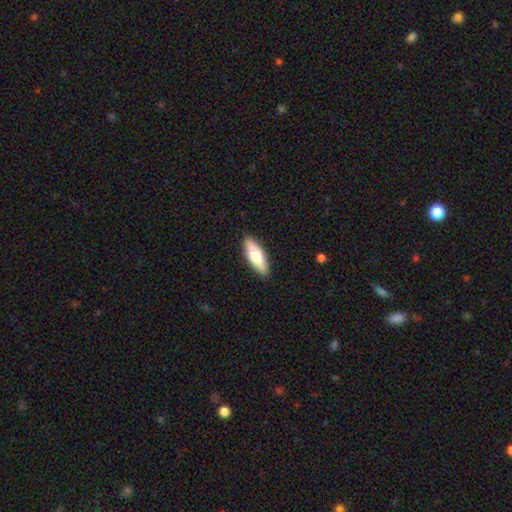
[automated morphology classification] Smooth or featured?
  - smooth: 70% *
  - featured or disk: 24%
  - star or artifact: 5%
How rounded?
  - in between: 59% *
  - cigar-shaped: 39%
  - round: 2%
Merging?
  - none: 90% *
  - minor disturbance: 8%
  - major disturbance: 2%
  - merger: 1%